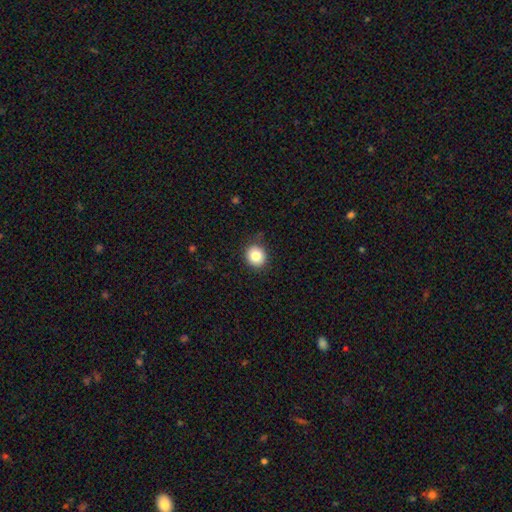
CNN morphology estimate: Smooth or featured: smooth — 83% (star or artifact — 10%)
How rounded: round — 84% (in between — 15%)
Merging: none — 85% (minor disturbance — 11%)